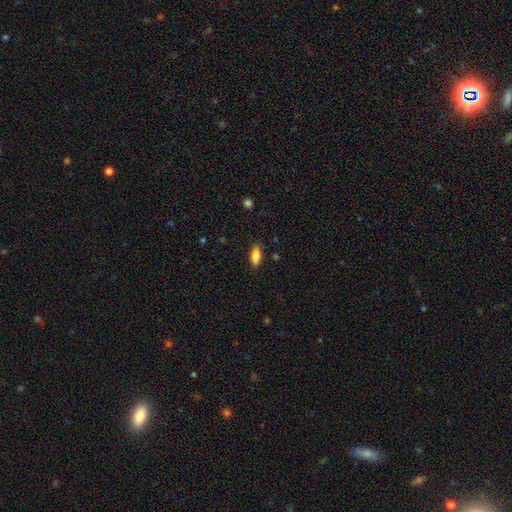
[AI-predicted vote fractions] The model was most divided on "how rounded": in between: 82%, cigar-shaped: 16%, round: 2%. More confident: merging — none (86%); smooth or featured — smooth (82%).